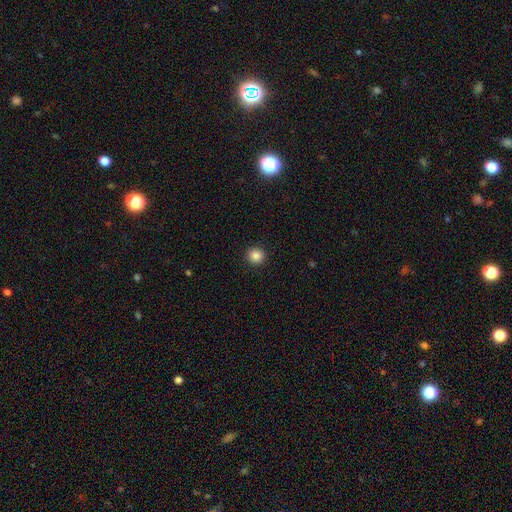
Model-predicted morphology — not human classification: smooth-or-featured: smooth: 86% | star or artifact: 11% | featured or disk: 3%
  how-rounded: round: 93% | in between: 6% | cigar-shaped: 1%
  merging: none: 93% | minor disturbance: 5% | major disturbance: 2% | merger: 1%